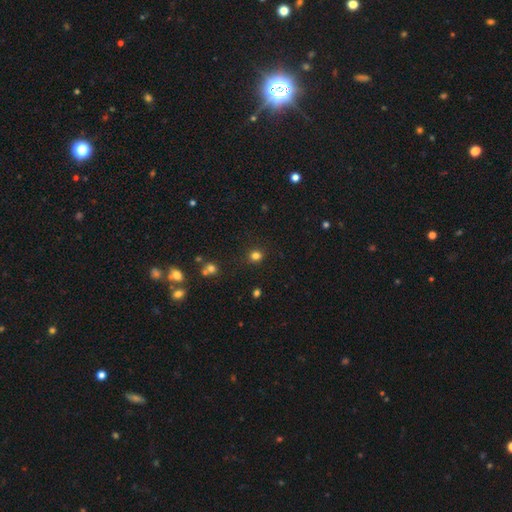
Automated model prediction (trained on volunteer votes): This is likely a smooth galaxy (80%). How rounded: clearly round (85%). Merging: clearly none (87%).